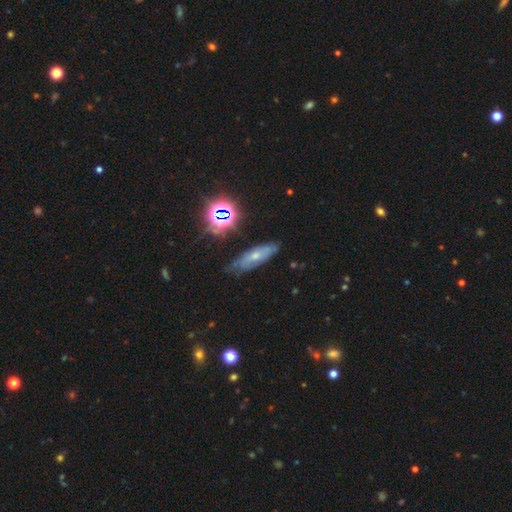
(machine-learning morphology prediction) A featured or disk galaxy (42%).

Vote fractions:
- Smooth or featured? featured or disk: 42% / smooth: 38% / star or artifact: 20%
- Merging? none: 68% / minor disturbance: 24% / major disturbance: 6% / merger: 3%